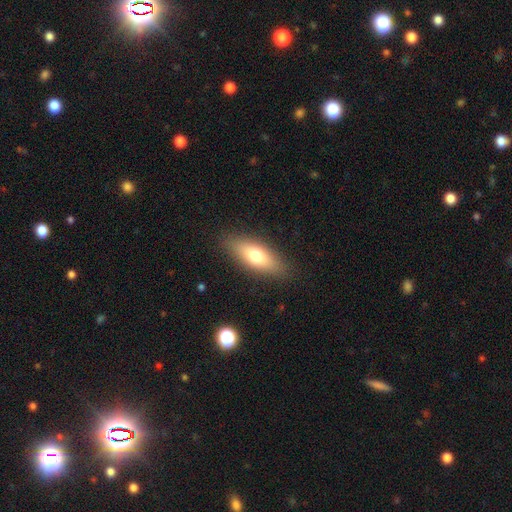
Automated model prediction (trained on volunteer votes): Morphology: type=smooth (71%); roundness=in between (69%); merging=none (87%).